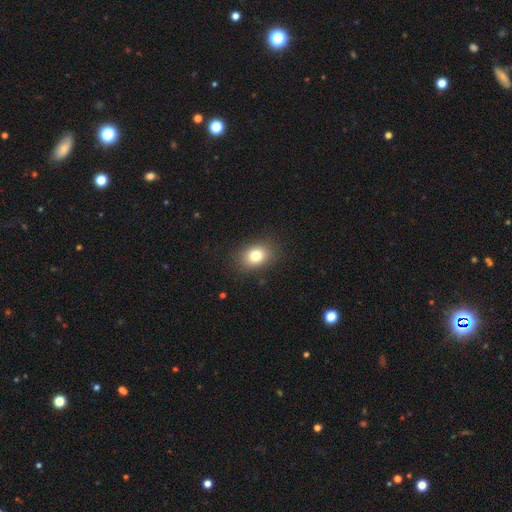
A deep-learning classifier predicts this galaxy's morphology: A smooth galaxy with no disk features (80%) that is in between round and cigar-shaped (64%). Merging: none (87%).